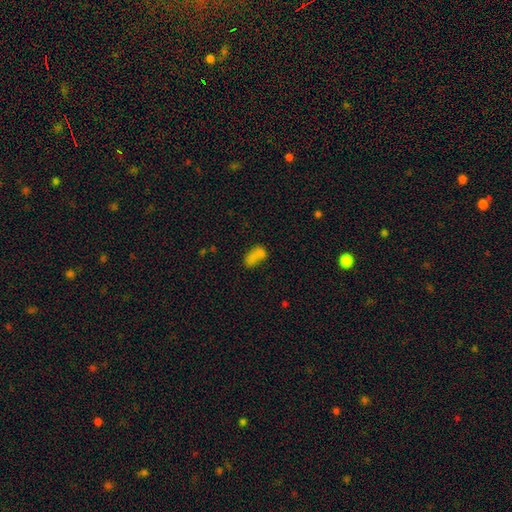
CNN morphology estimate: smooth 74%, star or artifact 13%, featured or disk 12%. Down the decision tree: how rounded — in between (86%); merging — none (36%).